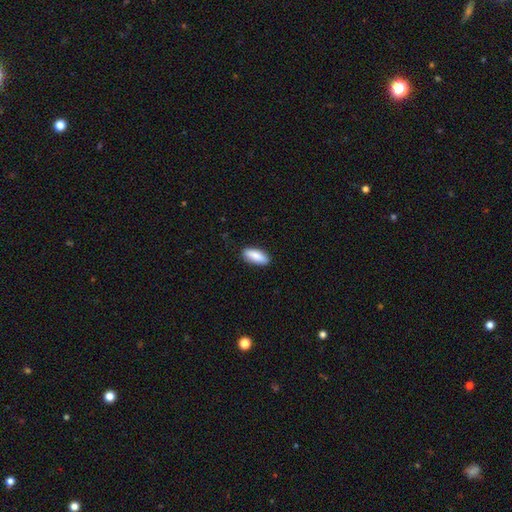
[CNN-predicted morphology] A smooth galaxy with no disk features (86%) that is in between round and cigar-shaped (76%).

Vote fractions:
- Smooth or featured? smooth: 86% / featured or disk: 8% / star or artifact: 6%
- How rounded? in between: 76% / cigar-shaped: 22% / round: 2%
- Merging? none: 87% / minor disturbance: 10% / major disturbance: 2% / merger: 1%